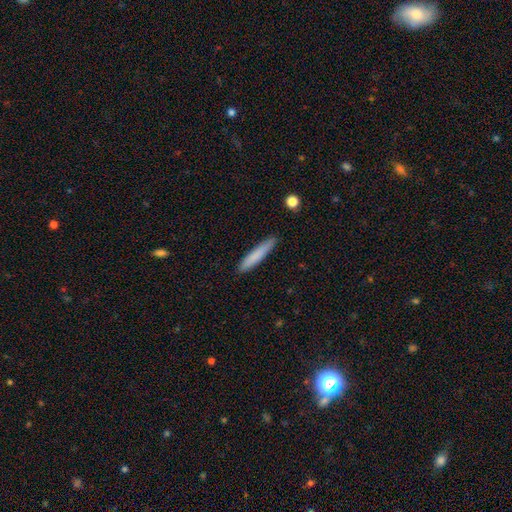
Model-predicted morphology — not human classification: The model was most divided on "smooth or featured": smooth: 79%, featured or disk: 15%, star or artifact: 6%. More confident: how rounded — cigar-shaped (93%); merging — none (88%).